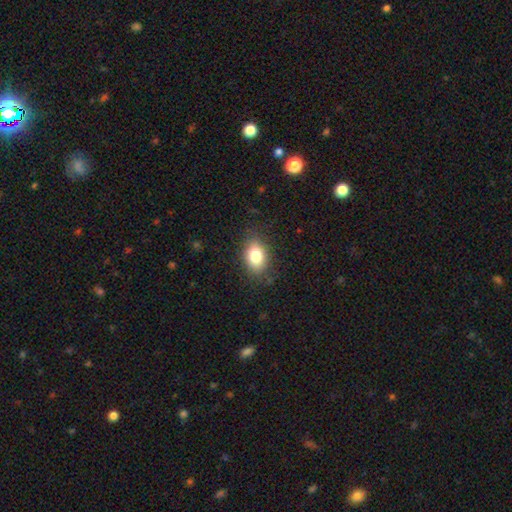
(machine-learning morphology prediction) smooth-or-featured: smooth: 82% | featured or disk: 9% | star or artifact: 9%
  how-rounded: in between: 82% | round: 16% | cigar-shaped: 1%
  merging: none: 82% | minor disturbance: 13% | major disturbance: 4% | merger: 1%